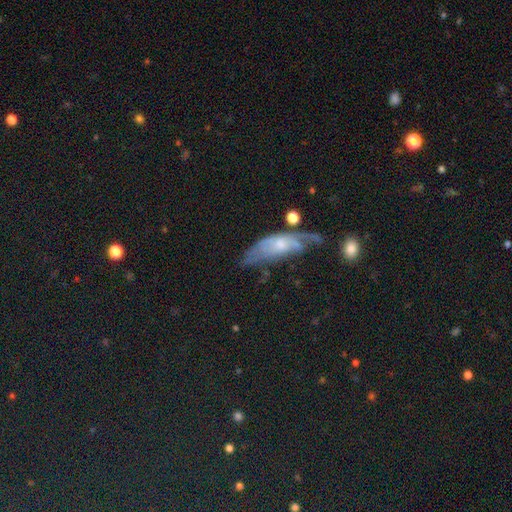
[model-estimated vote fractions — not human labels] Smooth or featured: featured or disk — 38% (smooth — 34%)
Merging: none — 49% (minor disturbance — 28%)